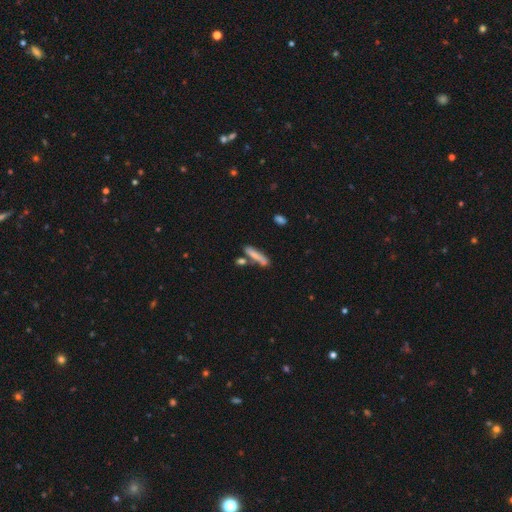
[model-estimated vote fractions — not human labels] This is likely a smooth galaxy (72%). How rounded: clearly cigar-shaped (84%). Merging: likely none (60%).